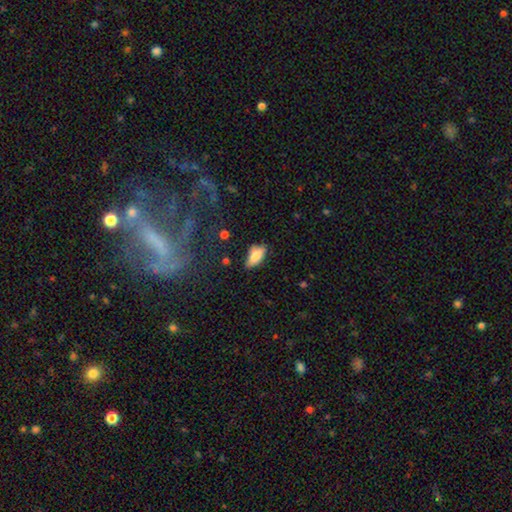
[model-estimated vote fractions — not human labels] Smooth or featured: smooth — 80% (featured or disk — 13%)
How rounded: in between — 83% (cigar-shaped — 14%)
Merging: none — 67% (minor disturbance — 25%)